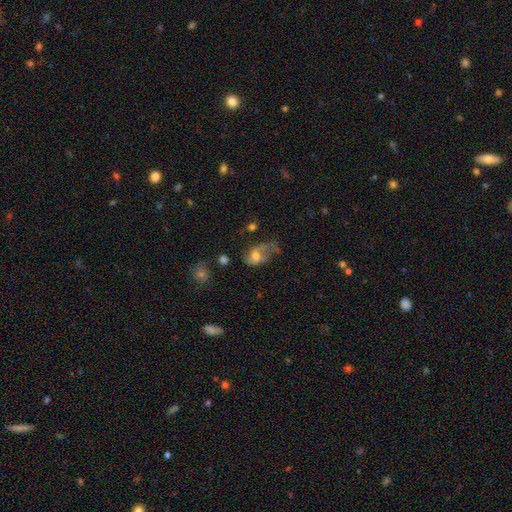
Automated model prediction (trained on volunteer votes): The model was most divided on "smooth or featured" (2-way tie): smooth: 45%, featured or disk: 45%, star or artifact: 10%. Remaining: merging — major disturbance (42%).